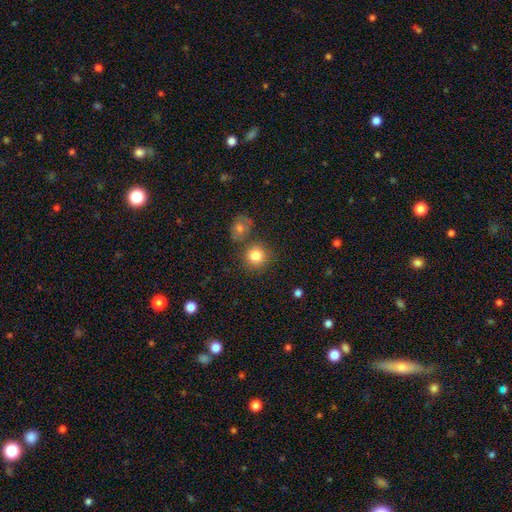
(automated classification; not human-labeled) This appears to be a smooth galaxy with no disk features (83%) that is round (91%). Merging: none (75%).